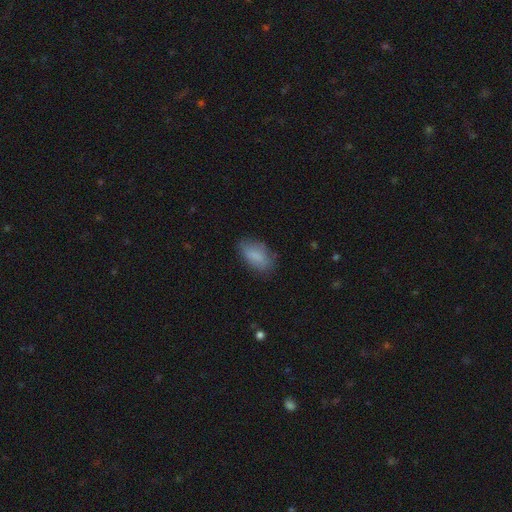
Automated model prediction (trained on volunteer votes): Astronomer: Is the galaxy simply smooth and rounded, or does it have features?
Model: smooth — 81%.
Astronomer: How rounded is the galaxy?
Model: in between — 91%.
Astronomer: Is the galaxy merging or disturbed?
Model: none — 72%.